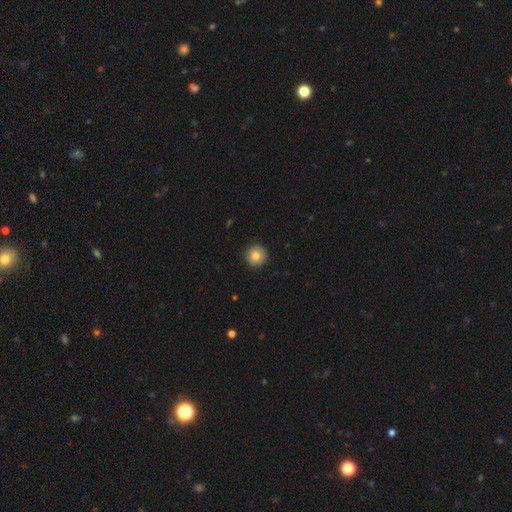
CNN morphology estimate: Smooth or featured? smooth (82%)
How rounded? round (95%)
Merging? none (90%)